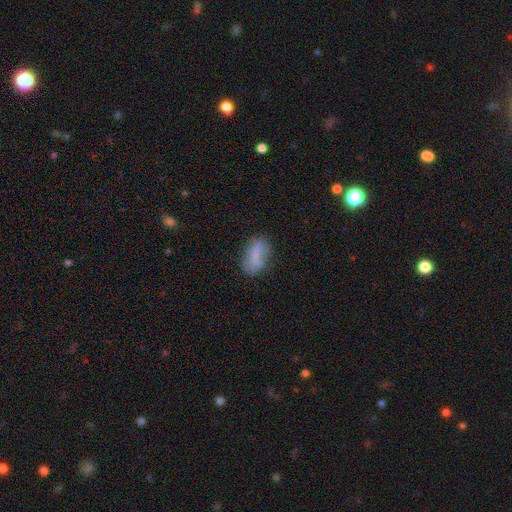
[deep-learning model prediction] Smooth or featured? Predicted: smooth (p=0.69). How rounded? Predicted: in between (p=0.86). Merging? Predicted: none (p=0.70).